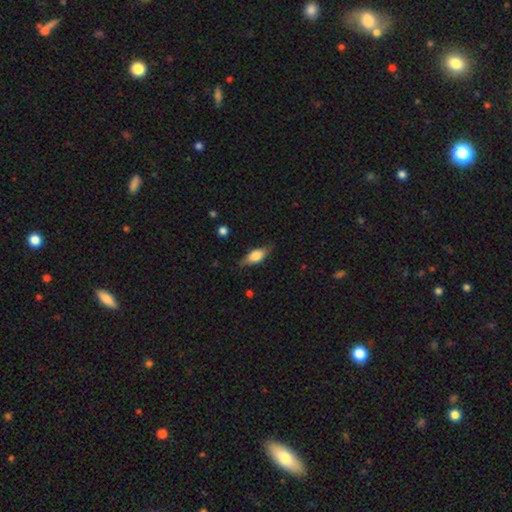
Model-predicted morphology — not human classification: The model was most divided on "smooth or featured": smooth: 61%, featured or disk: 32%, star or artifact: 7%. More confident: merging — none (78%); how rounded — in between (73%).